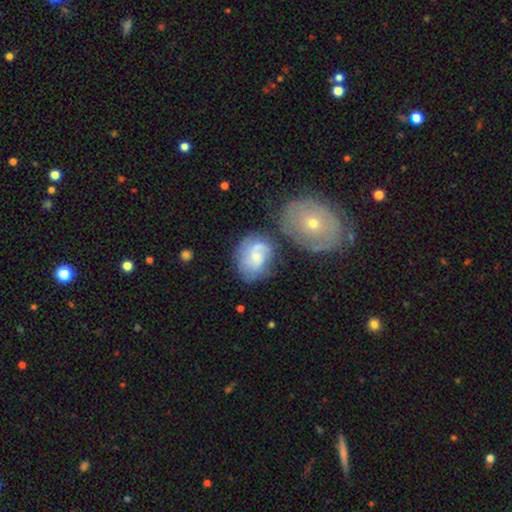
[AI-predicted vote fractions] A featured or disk galaxy (58%) with no bar (65%), spiral arms (80%) and a small central bulge (53%). Merging: none (46%).